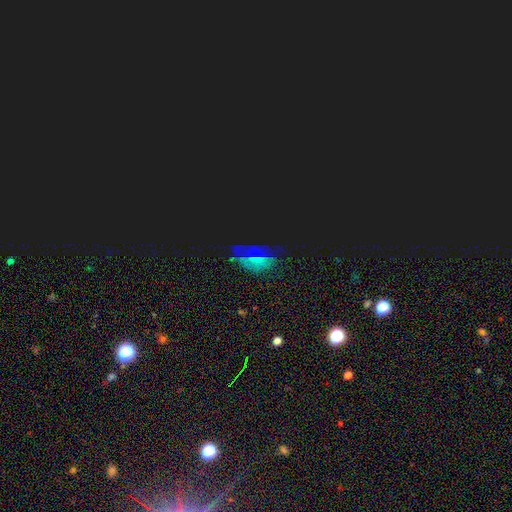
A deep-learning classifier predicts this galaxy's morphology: This is possibly a star or artifact rather than a galaxy (57%).